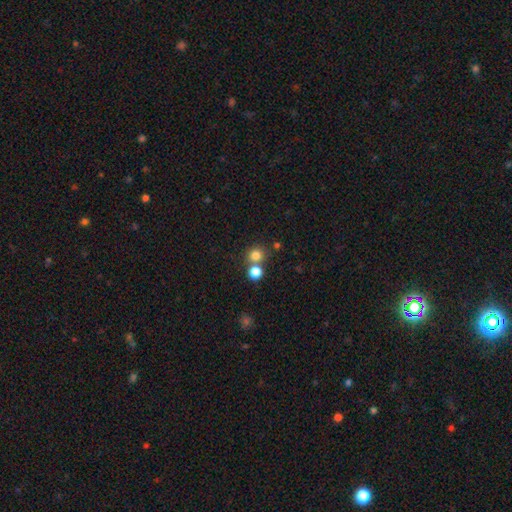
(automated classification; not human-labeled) smooth 79%, star or artifact 14%, featured or disk 7%. Down the decision tree: how rounded — round (86%); merging — none (62%).